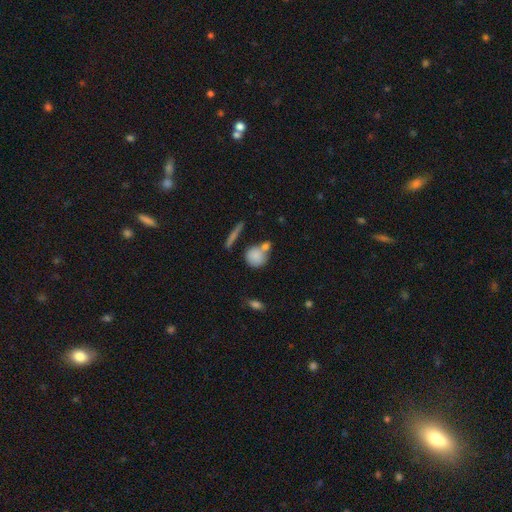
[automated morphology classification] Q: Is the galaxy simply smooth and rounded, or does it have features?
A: smooth — 80%.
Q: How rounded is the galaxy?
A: round — 80%.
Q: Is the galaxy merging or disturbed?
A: none — 50%.